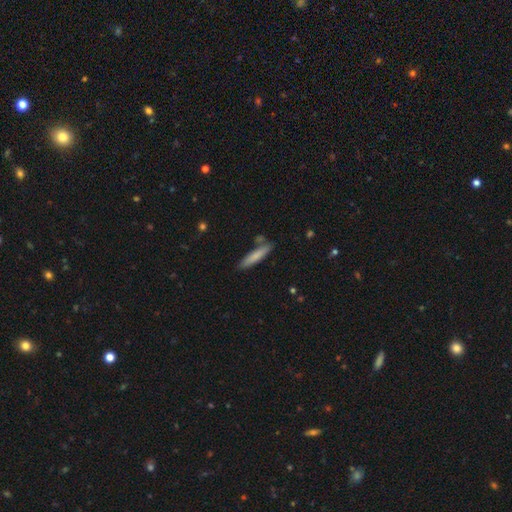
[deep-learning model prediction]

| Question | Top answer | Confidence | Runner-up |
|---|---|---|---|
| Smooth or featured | smooth | 78% | featured or disk (16%) |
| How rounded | cigar-shaped | 86% | in between (12%) |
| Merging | none | 79% | minor disturbance (13%) |